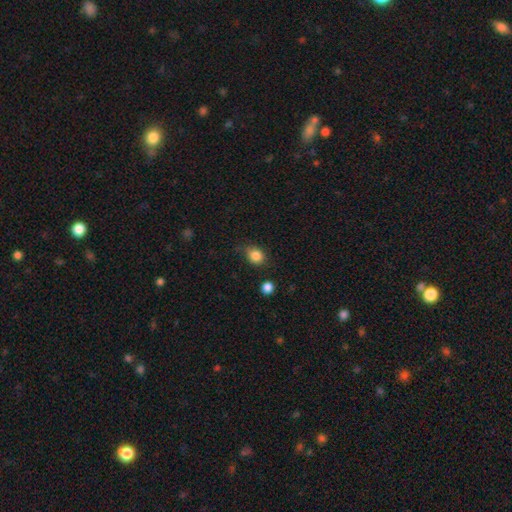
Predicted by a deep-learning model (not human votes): Morphology: type=smooth (84%); roundness=round (64%); merging=none (72%).